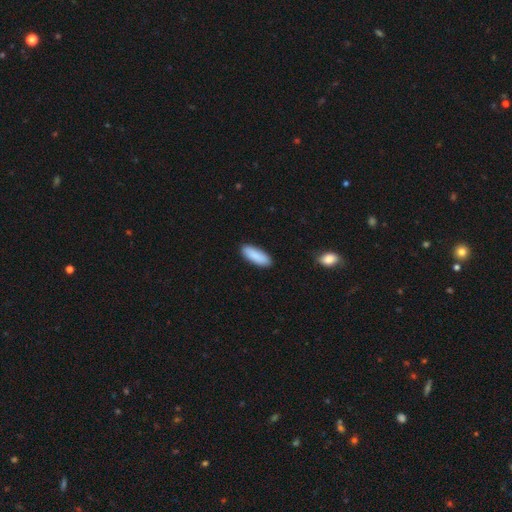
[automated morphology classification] The model was most divided on "how rounded": in between: 64%, cigar-shaped: 34%, round: 2%. More confident: smooth or featured — smooth (90%); merging — none (90%).